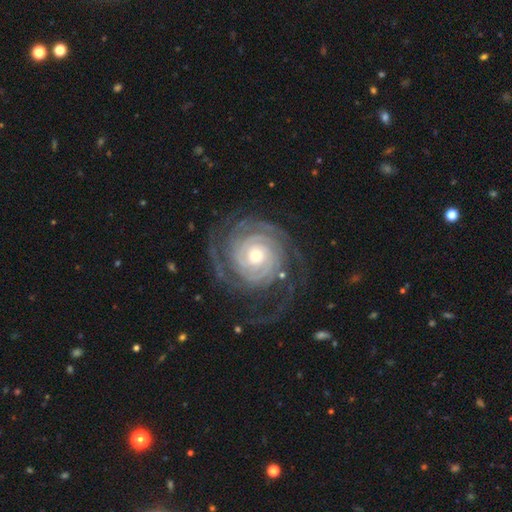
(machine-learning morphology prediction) Smooth or featured? featured or disk (92%)
Edge-on disk? no (98%)
Bar? no (72%)
Spiral arms? yes (98%)
Spiral winding? tight (85%)
Spiral arm count? 2 (27%)
Bulge size? moderate (51%)
Merging? none (74%)